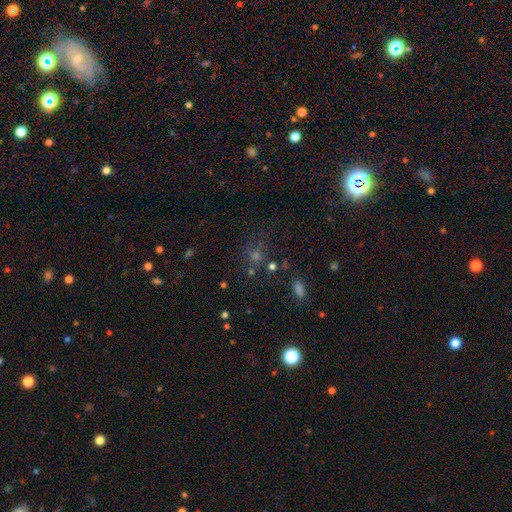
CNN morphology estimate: Smooth or featured? Predicted: star or artifact (p=0.50).